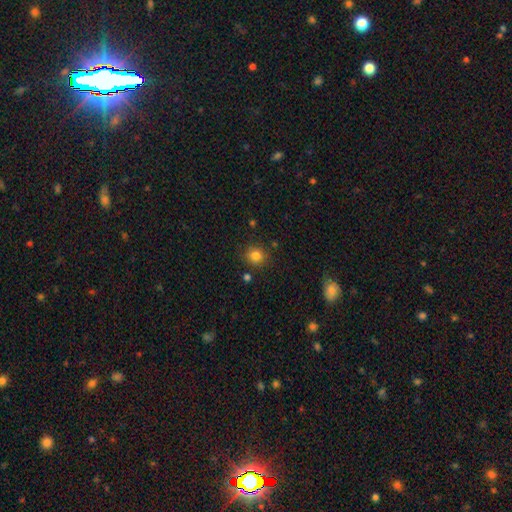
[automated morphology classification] The model was most divided on "how rounded": round: 84%, in between: 15%, cigar-shaped: 1%. More confident: merging — none (84%); smooth or featured — smooth (83%).